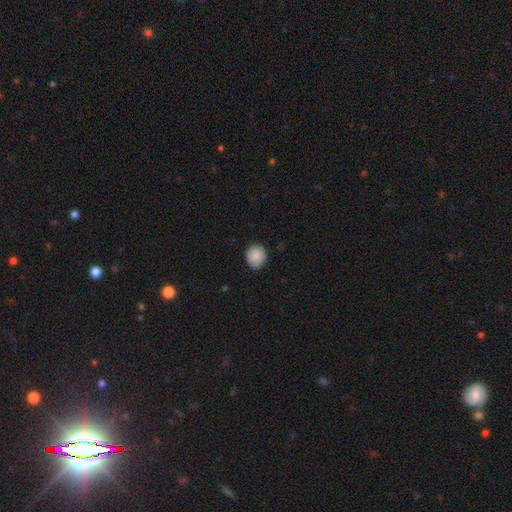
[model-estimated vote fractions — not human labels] Smooth or featured? Predicted: smooth (p=0.89). How rounded? Predicted: round (p=0.72). Merging? Predicted: none (p=0.82).